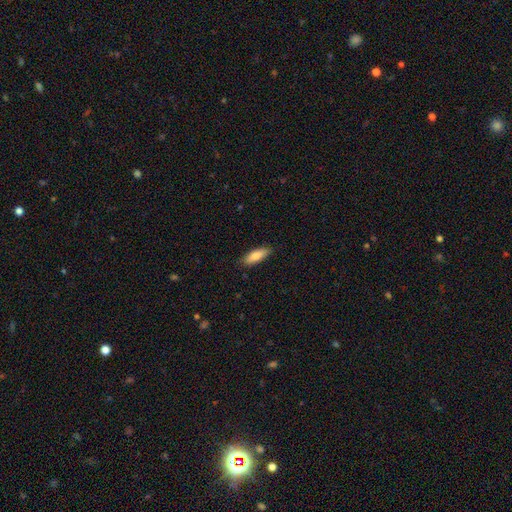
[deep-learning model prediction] Overall: smooth (81%). How rounded: in between (62%; cigar-shaped 37%). Merging: none (87%).